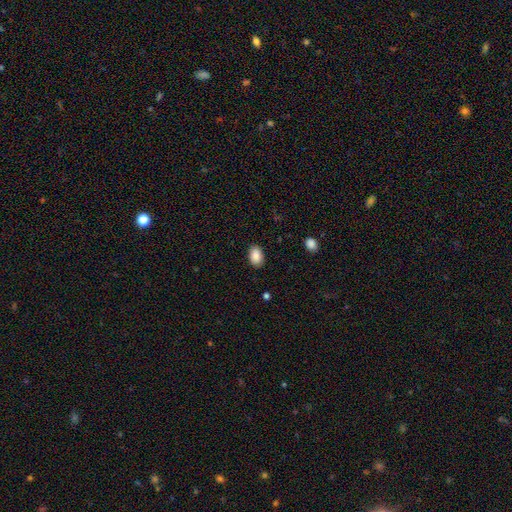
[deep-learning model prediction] smooth-or-featured: smooth: 89% | star or artifact: 7% | featured or disk: 4%
  how-rounded: in between: 85% | round: 14% | cigar-shaped: 1%
  merging: none: 88% | minor disturbance: 9% | major disturbance: 2% | merger: 1%